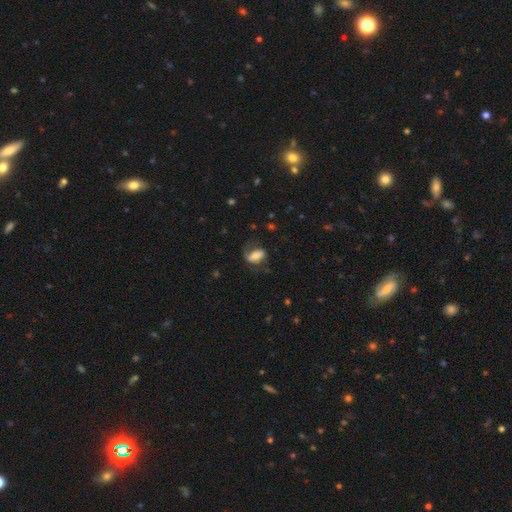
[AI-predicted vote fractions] The model was most divided on "smooth or featured": smooth: 58%, featured or disk: 33%, star or artifact: 8%. More confident: how rounded — in between (85%); merging — none (53%).